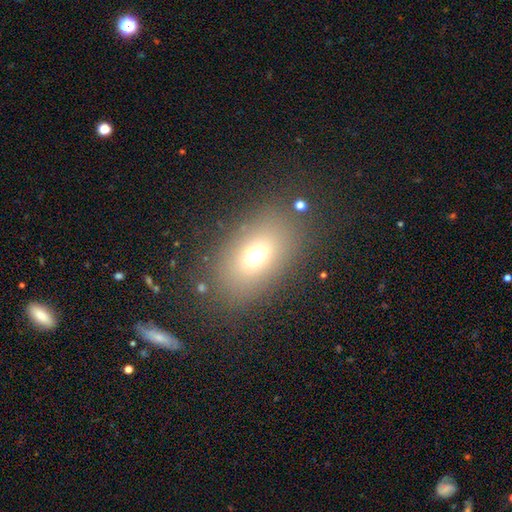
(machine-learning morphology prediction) Smooth or featured? smooth (67%)
How rounded? in between (74%)
Merging? none (80%)